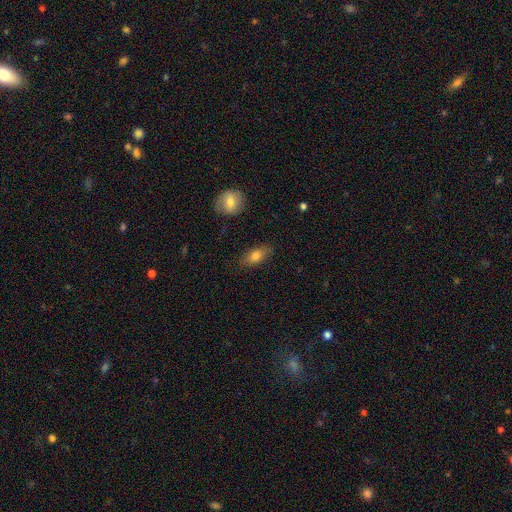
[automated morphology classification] Smooth or featured?
  - smooth: 77% *
  - featured or disk: 15%
  - star or artifact: 8%
How rounded?
  - in between: 82% *
  - cigar-shaped: 12%
  - round: 6%
Merging?
  - none: 83% *
  - minor disturbance: 12%
  - major disturbance: 3%
  - merger: 2%